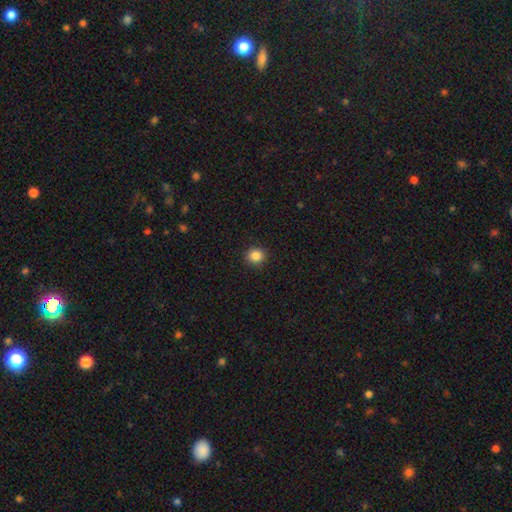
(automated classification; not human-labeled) This appears to be a smooth galaxy with no disk features (86%) that is round (90%). Merging: none (92%).